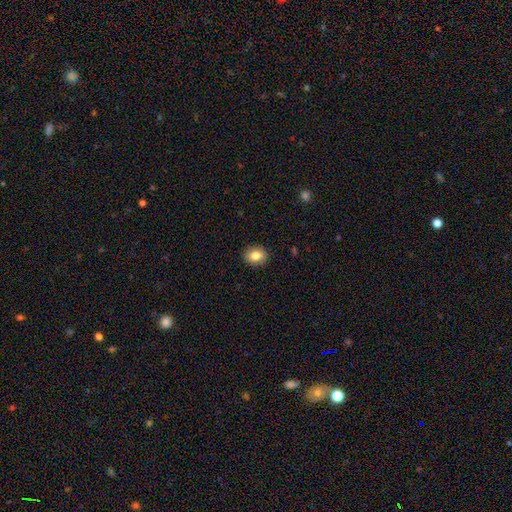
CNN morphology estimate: smooth-or-featured: smooth: 82% | featured or disk: 9% | star or artifact: 9%
  how-rounded: round: 52% | in between: 47% | cigar-shaped: 1%
  merging: none: 89% | minor disturbance: 8% | major disturbance: 2% | merger: 1%